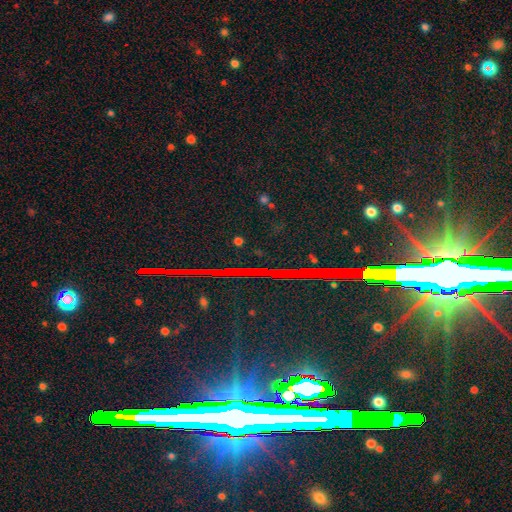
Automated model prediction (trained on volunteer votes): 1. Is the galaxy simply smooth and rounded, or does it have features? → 84% star or artifact, 9% featured or disk, 6% smooth.